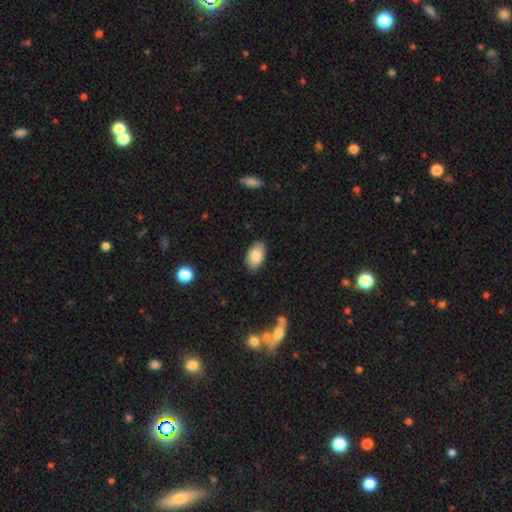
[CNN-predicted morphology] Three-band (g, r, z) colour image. It shows a smooth galaxy with no disk features (84%) that is in between round and cigar-shaped (94%). Merging: none (87%).